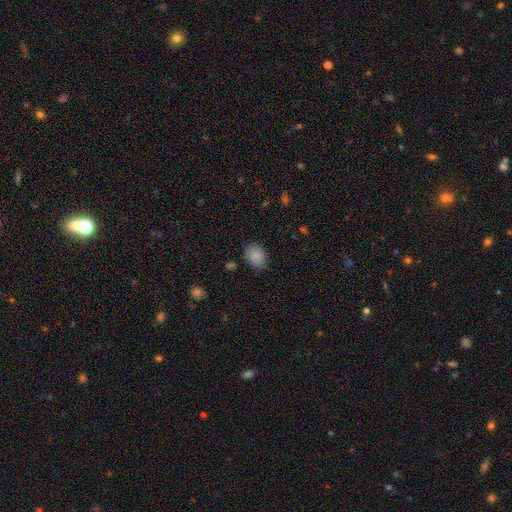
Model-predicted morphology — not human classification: Overall: smooth (87%). How rounded: in between (76%). Merging: none (82%).